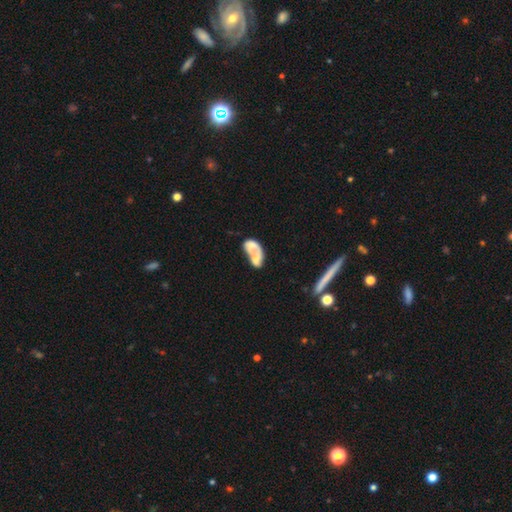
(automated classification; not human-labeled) smooth_or_featured: smooth (p=0.50) [alt: featured or disk p=0.42]
merging: merger (p=0.54) [alt: major disturbance p=0.17]